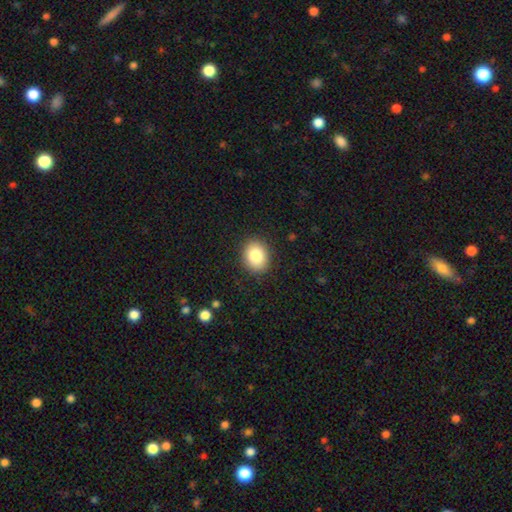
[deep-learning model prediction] Smooth or featured: smooth — 84% (star or artifact — 8%)
How rounded: round — 55% (in between — 44%)
Merging: none — 89% (minor disturbance — 8%)